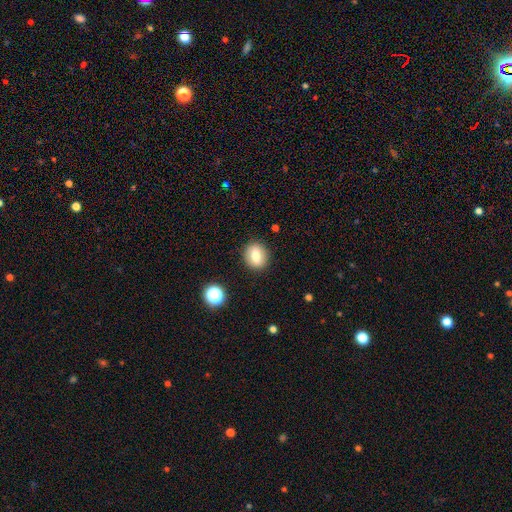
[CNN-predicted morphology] smooth_or_featured: smooth (p=0.78) [alt: featured or disk p=0.12]
how_rounded: round (p=0.53) [alt: in between p=0.45]
merging: none (p=0.87) [alt: minor disturbance p=0.09]